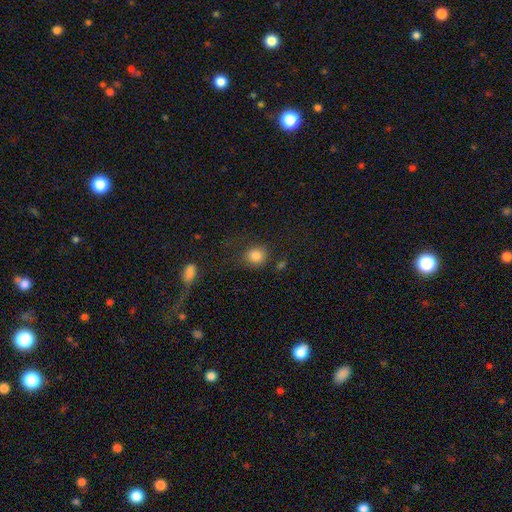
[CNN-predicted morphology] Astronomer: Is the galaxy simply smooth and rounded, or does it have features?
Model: smooth — 85%.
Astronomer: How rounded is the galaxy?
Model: round — 79%.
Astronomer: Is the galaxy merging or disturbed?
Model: none — 73%.